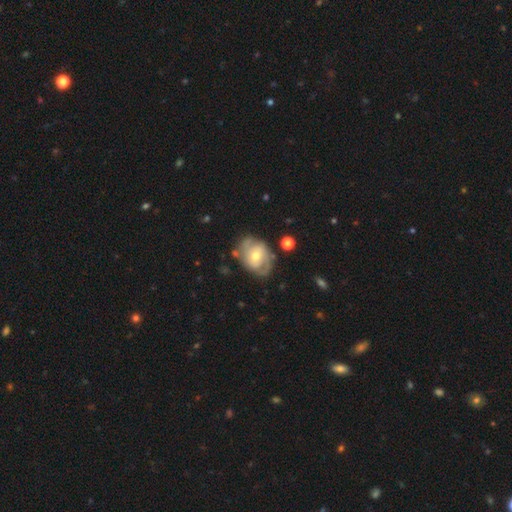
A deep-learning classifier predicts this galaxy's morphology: smooth-or-featured: featured or disk: 71% | smooth: 23% | star or artifact: 6%
  disk-edge-on: no: 96% | yes: 4%
    bar: no: 62% | weak: 31% | strong: 7%
    has-spiral-arms: yes: 82% | no: 18%
      spiral-winding: tight: 44% | medium: 41% | loose: 15%
      spiral-arm-count: 2: 64% | can't tell: 21% | 3: 7% | 1: 4% | 4: 2% | more than 4: 2%
    bulge-size: moderate: 57% | small: 37% | large: 4% | none: 1% | dominant: 1%
  merging: none: 66% | minor disturbance: 21% | major disturbance: 9% | merger: 4%